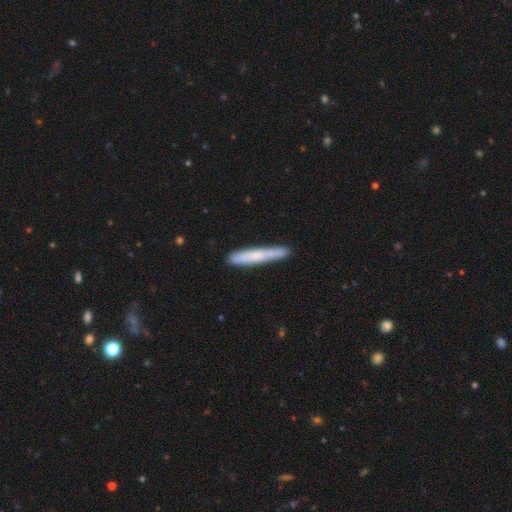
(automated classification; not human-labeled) This appears to be a smooth galaxy with no disk features (63%) that is cigar-shaped (95%). Merging: none (83%).